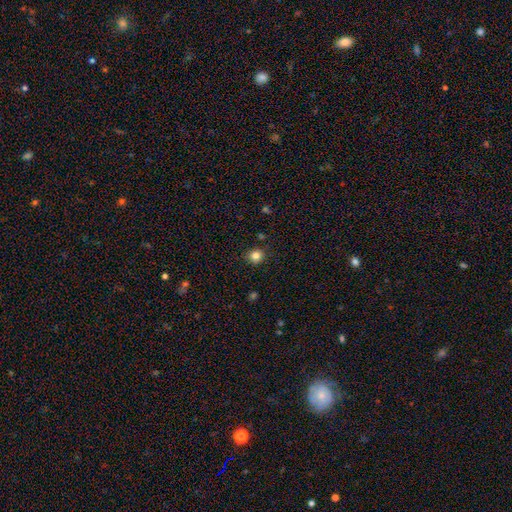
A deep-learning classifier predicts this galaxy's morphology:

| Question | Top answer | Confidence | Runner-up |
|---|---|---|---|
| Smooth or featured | smooth | 83% | star or artifact (12%) |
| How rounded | round | 84% | in between (15%) |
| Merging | none | 87% | minor disturbance (9%) |